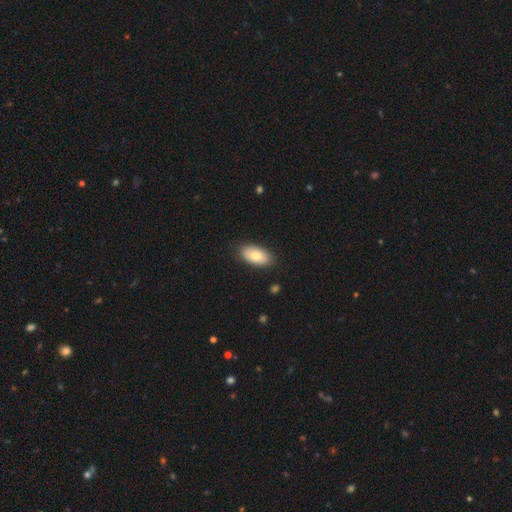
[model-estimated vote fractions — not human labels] Smooth or featured? Predicted: smooth (p=0.80). How rounded? Predicted: in between (p=0.94). Merging? Predicted: none (p=0.86).